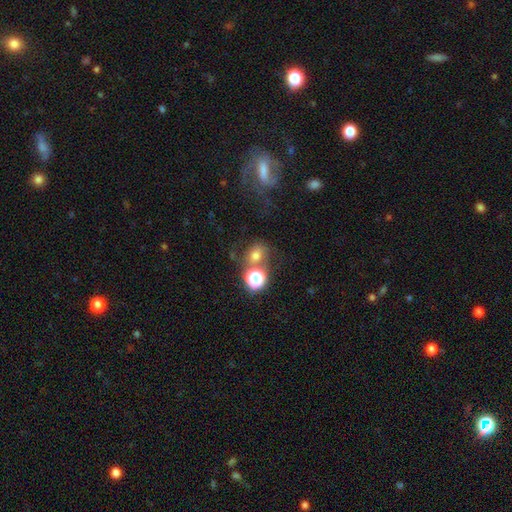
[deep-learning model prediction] Smooth or featured? smooth (61%)
How rounded? round (64%)
Merging? none (50%)